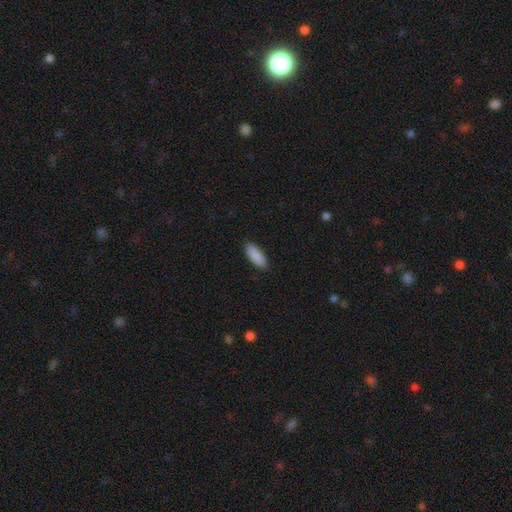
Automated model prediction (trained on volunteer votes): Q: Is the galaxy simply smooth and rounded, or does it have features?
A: smooth — 90%.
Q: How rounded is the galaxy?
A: in between — 76%.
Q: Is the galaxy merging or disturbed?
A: none — 88%.